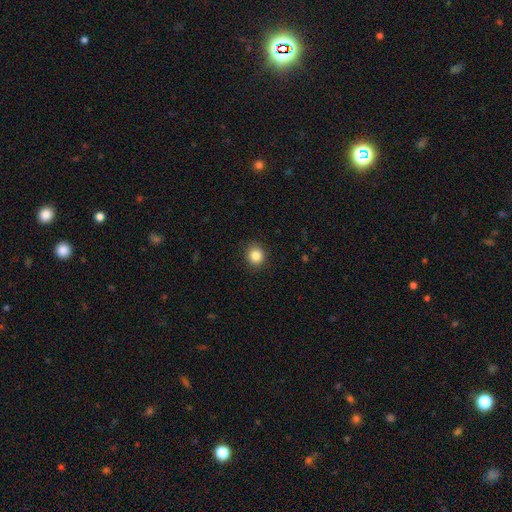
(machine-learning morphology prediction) smooth 85%, star or artifact 11%, featured or disk 5%. Down the decision tree: how rounded — round (86%); merging — none (90%).